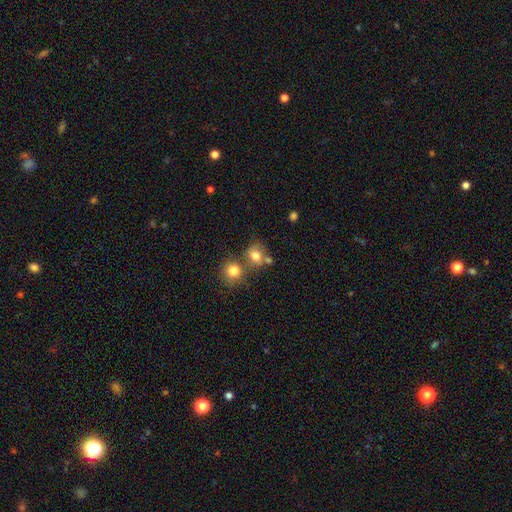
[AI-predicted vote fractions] Smooth or featured? smooth (77%)
How rounded? round (65%)
Merging? none (49%)